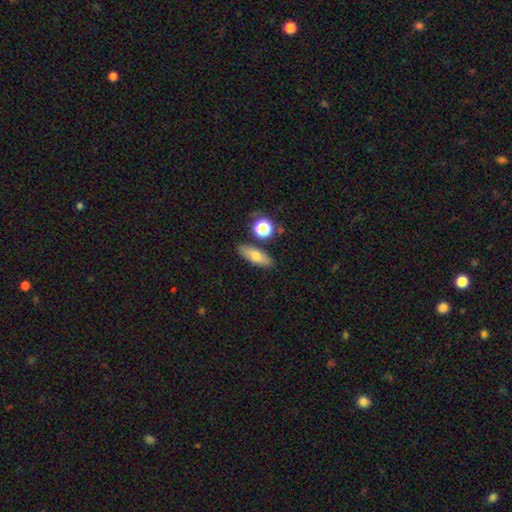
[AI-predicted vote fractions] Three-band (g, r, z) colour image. It shows a smooth galaxy with no disk features (70%) that is in between round and cigar-shaped (60%). Merging: none (82%).